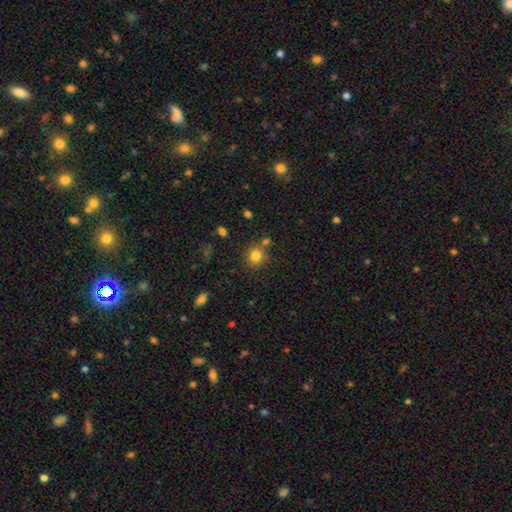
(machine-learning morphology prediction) Q: Smooth or featured?
A: smooth (81%); runner-up: star or artifact (12%)
Q: How rounded?
A: round (83%); runner-up: in between (16%)
Q: Merging?
A: none (73%); runner-up: merger (13%)